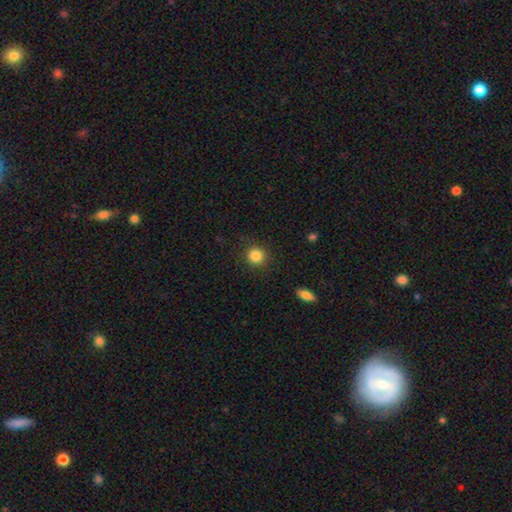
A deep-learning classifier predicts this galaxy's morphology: type=smooth (86%); roundness=round (91%); merging=none (89%).